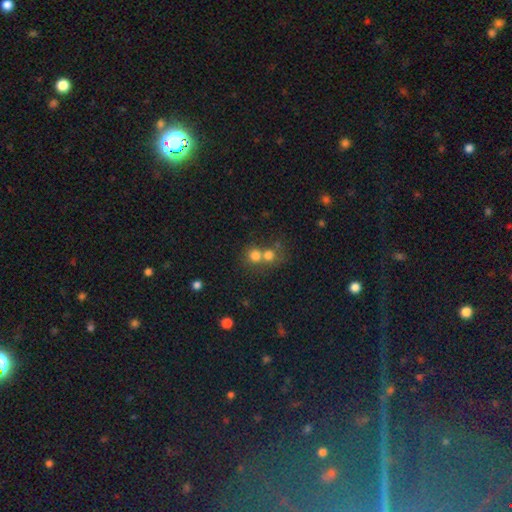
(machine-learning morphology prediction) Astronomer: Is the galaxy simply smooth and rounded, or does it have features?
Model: smooth — 74%.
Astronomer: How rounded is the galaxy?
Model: round — 85%.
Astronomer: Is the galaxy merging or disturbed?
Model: merger — 53% (runner-up: none, 38%).